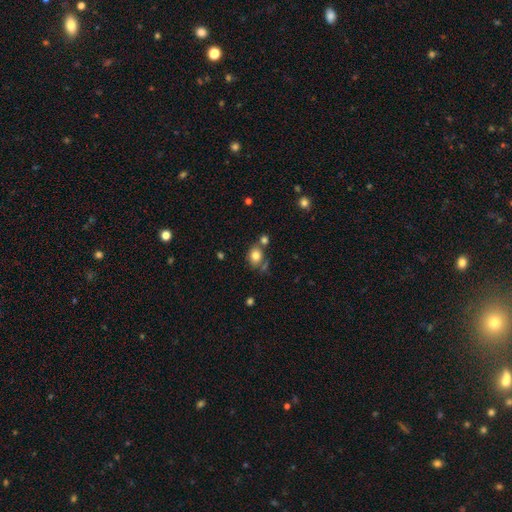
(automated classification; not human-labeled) A smooth galaxy with no disk features (80%) that is round (50%).

Vote fractions:
- Smooth or featured? smooth: 80% / star or artifact: 11% / featured or disk: 9%
- How rounded? round: 50% / in between: 49% / cigar-shaped: 1%
- Merging? none: 57% / merger: 20% / minor disturbance: 17% / major disturbance: 6%